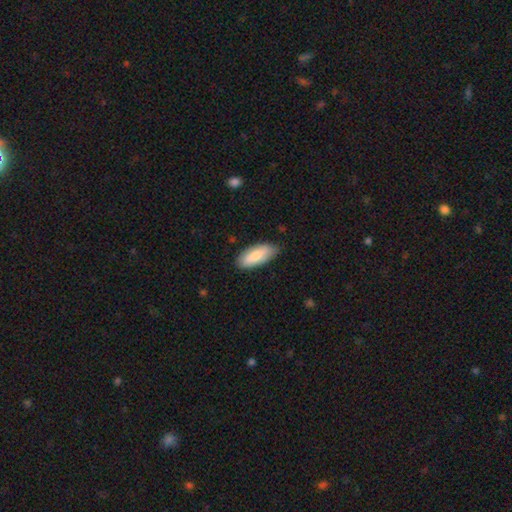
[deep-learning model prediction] The model was most divided on "smooth or featured": smooth: 78%, featured or disk: 17%, star or artifact: 5%. More confident: how rounded — in between (81%); merging — none (80%).